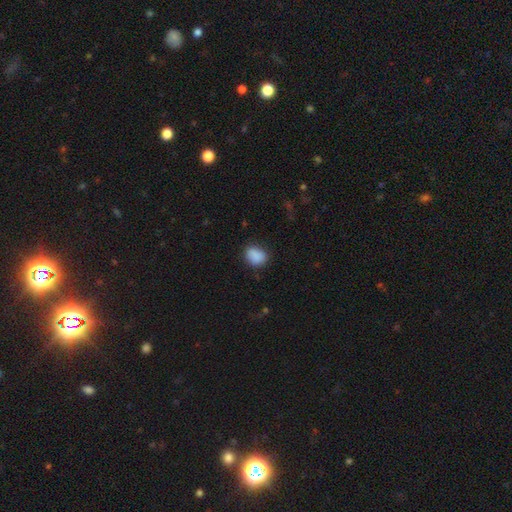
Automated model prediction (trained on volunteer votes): A smooth galaxy with no disk features (87%) that is in between round and cigar-shaped (54%).

Vote fractions:
- Smooth or featured? smooth: 87% / star or artifact: 9% / featured or disk: 5%
- How rounded? in between: 54% / round: 45% / cigar-shaped: 1%
- Merging? none: 74% / minor disturbance: 19% / major disturbance: 4% / merger: 2%